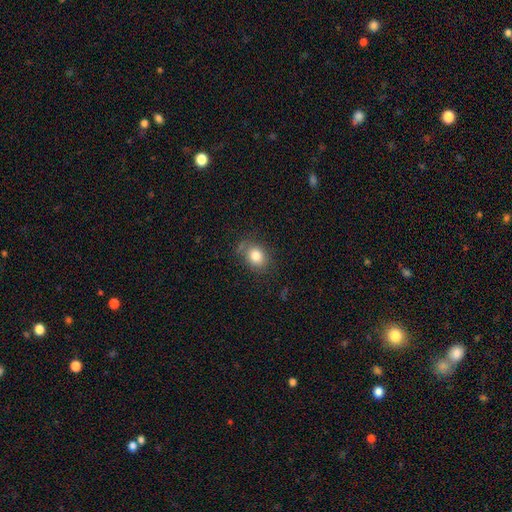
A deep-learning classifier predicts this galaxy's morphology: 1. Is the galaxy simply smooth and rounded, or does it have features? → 82% smooth, 10% star or artifact, 8% featured or disk.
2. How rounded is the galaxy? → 53% round, 46% in between, 1% cigar-shaped.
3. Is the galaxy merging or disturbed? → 72% none, 19% minor disturbance, 5% major disturbance, 4% merger.